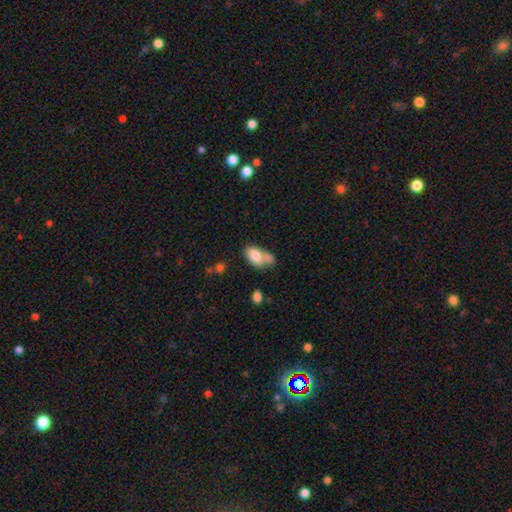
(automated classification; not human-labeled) smooth_or_featured: smooth (p=0.77) [alt: featured or disk p=0.15]
how_rounded: in between (p=0.89) [alt: round p=0.09]
merging: merger (p=0.45) [alt: none p=0.29]